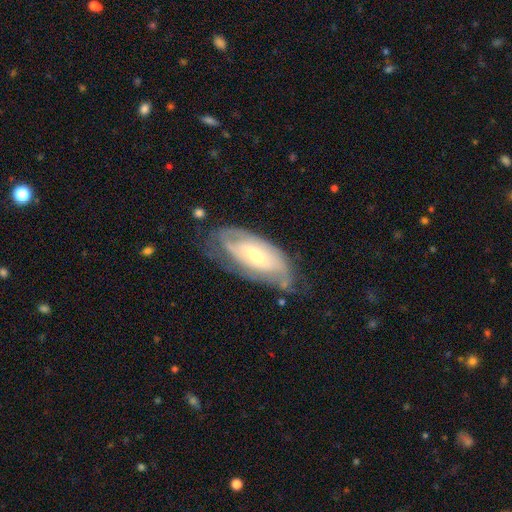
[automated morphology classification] Smooth or featured: featured or disk — 73% (smooth — 22%)
Edge-on disk: no — 88% (yes — 12%)
Bar: weak — 40% (no — 34%)
Spiral arms: yes — 79% (no — 21%)
Spiral winding: tight — 51% (medium — 34%)
Spiral arm count: 2 — 44% (can't tell — 40%)
Bulge size: small — 53% (moderate — 42%)
Merging: none — 59% (minor disturbance — 26%)